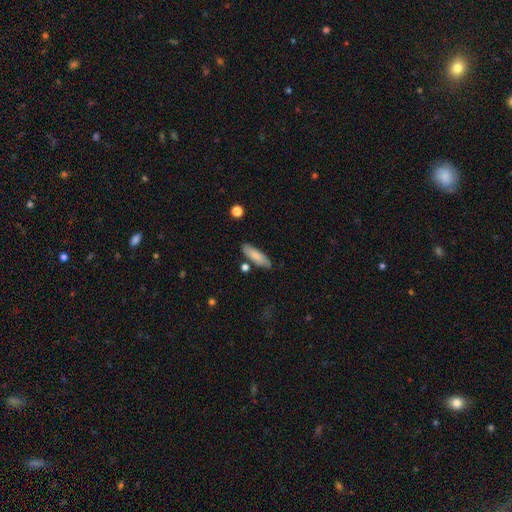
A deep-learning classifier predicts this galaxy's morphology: Smooth or featured: smooth — 78% (featured or disk — 15%)
How rounded: in between — 50% (cigar-shaped — 48%)
Merging: none — 78% (minor disturbance — 14%)